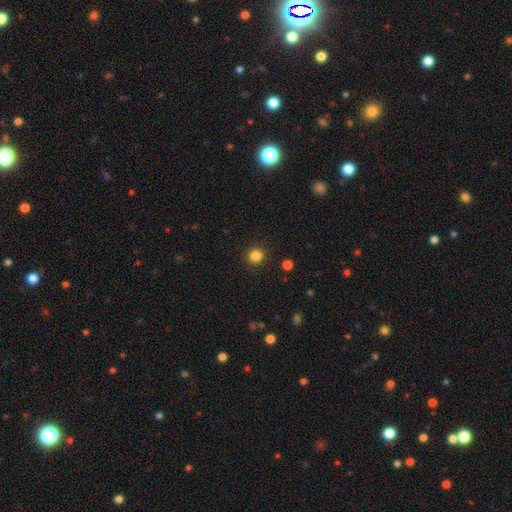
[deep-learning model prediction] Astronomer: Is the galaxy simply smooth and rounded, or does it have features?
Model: smooth — 84%.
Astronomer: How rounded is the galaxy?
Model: round — 91%.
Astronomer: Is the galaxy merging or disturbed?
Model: none — 91%.